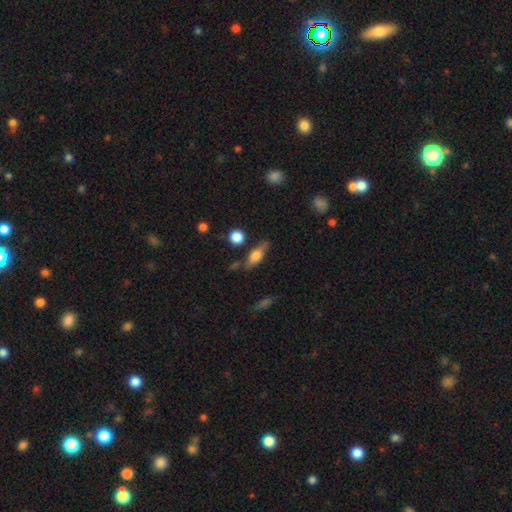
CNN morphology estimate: Smooth or featured? Predicted: smooth (p=0.53). How rounded? Predicted: in between (p=0.56). Merging? Predicted: none (p=0.69).